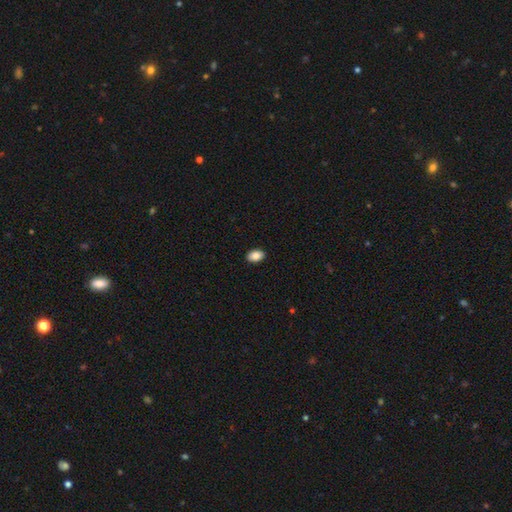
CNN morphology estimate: Smooth or featured: smooth — 86% (star or artifact — 8%)
How rounded: in between — 87% (round — 12%)
Merging: none — 90% (minor disturbance — 7%)